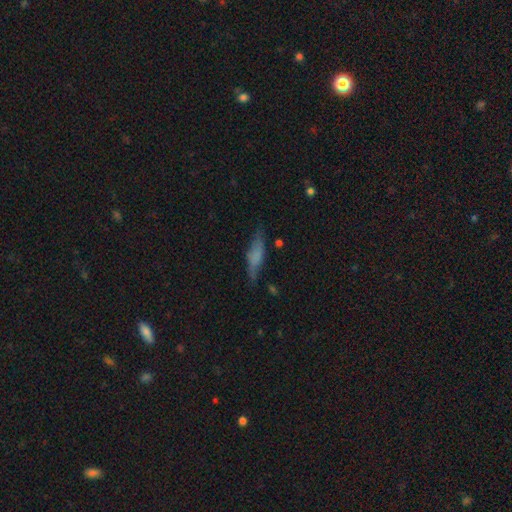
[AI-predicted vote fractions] Smooth or featured: smooth — 57% (featured or disk — 34%)
How rounded: cigar-shaped — 61% (in between — 36%)
Merging: none — 62% (minor disturbance — 25%)